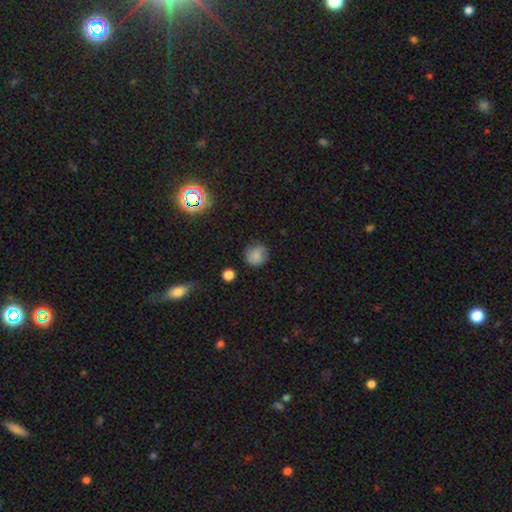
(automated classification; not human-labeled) Smooth or featured: smooth — 81% (star or artifact — 11%)
How rounded: round — 85% (in between — 14%)
Merging: none — 76% (minor disturbance — 17%)